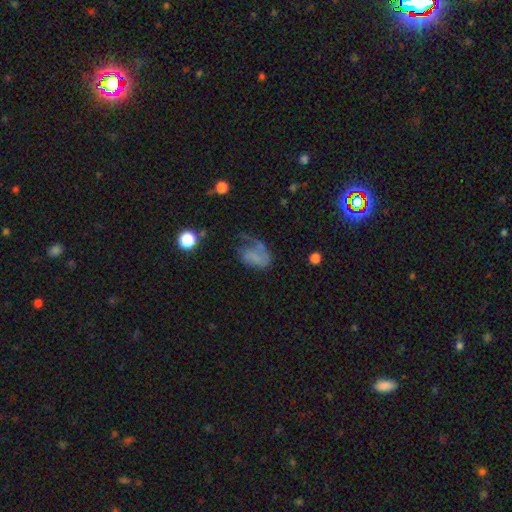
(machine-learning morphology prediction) Smooth or featured: smooth — 51% (featured or disk — 36%)
How rounded: in between — 82% (round — 16%)
Merging: major disturbance — 47% (none — 25%)